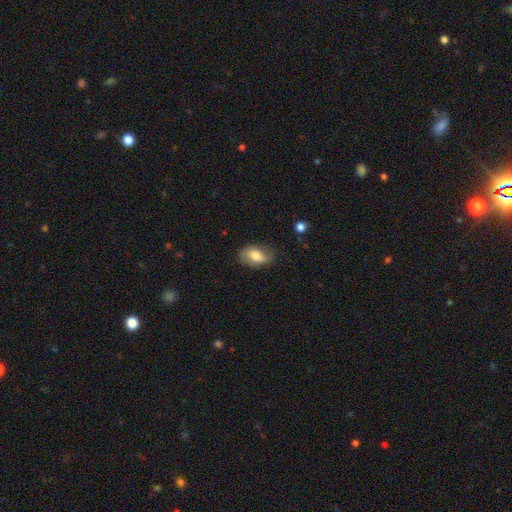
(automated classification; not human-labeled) Morphology: type=smooth (69%); roundness=in between (89%); merging=none (76%).